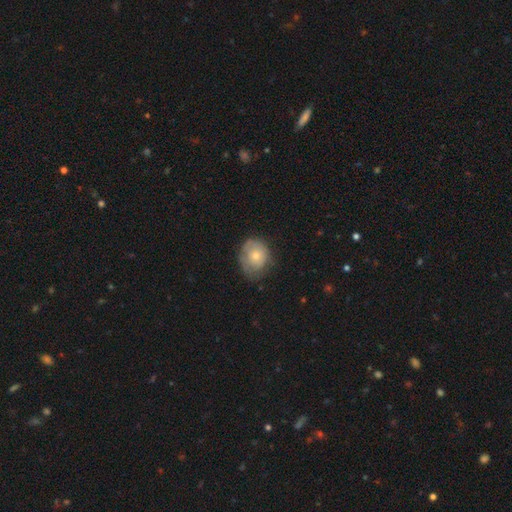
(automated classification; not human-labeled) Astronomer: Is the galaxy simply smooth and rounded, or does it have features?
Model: smooth — 63%.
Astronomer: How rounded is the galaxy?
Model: round — 63%.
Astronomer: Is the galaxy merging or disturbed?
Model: none — 54% (runner-up: minor disturbance, 32%).